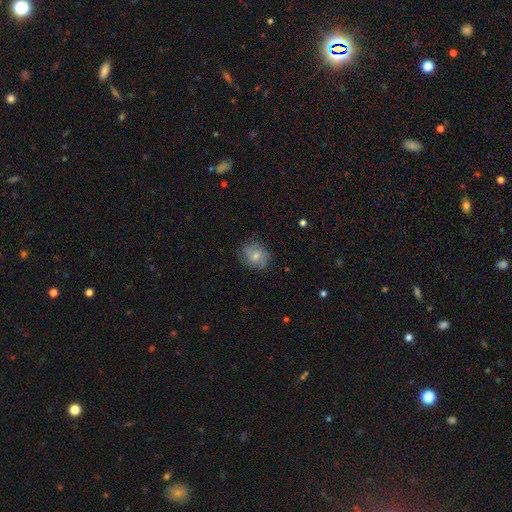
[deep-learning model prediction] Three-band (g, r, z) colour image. It shows a smooth galaxy with no disk features (58%) that is round (64%). Merging: none (73%).